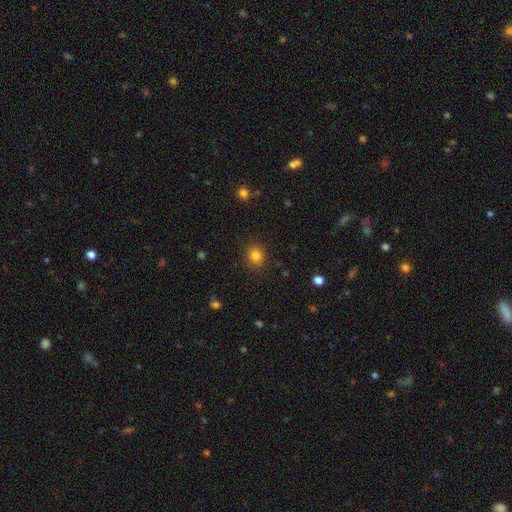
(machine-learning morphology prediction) Smooth or featured? smooth (83%)
How rounded? round (80%)
Merging? none (88%)